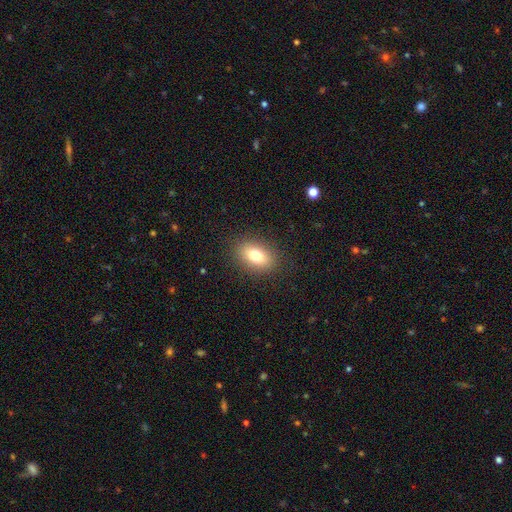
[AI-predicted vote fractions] Smooth or featured: smooth — 78% (featured or disk — 12%)
How rounded: in between — 80% (round — 18%)
Merging: none — 88% (minor disturbance — 8%)